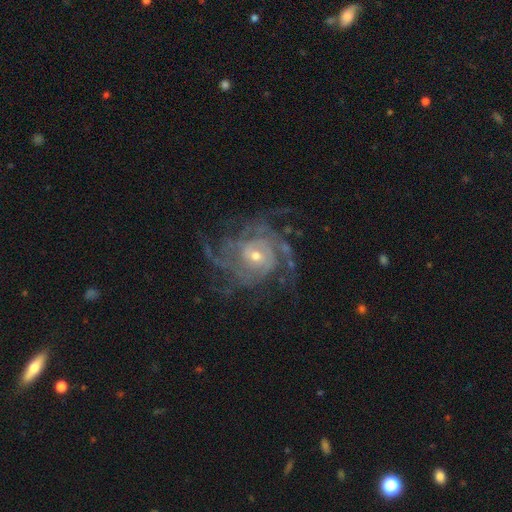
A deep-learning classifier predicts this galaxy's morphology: This is clearly a featured or disk galaxy (88%). It is clearly not viewed edge-on (98%). Bar: likely no (68%). Spiral arm pattern: clearly yes (96%). Spiral arm count: marginally can't tell (26%). Spiral winding: possibly tight (57%). Central bulge: possibly small (55%). Merging: likely none (67%).